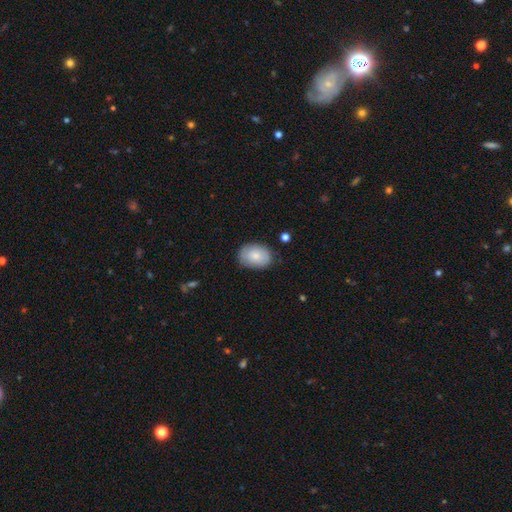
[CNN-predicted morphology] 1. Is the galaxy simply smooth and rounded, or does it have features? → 75% smooth, 19% featured or disk, 7% star or artifact.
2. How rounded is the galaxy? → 73% in between, 26% round, 1% cigar-shaped.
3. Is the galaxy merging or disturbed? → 76% none, 18% minor disturbance, 4% major disturbance, 2% merger.